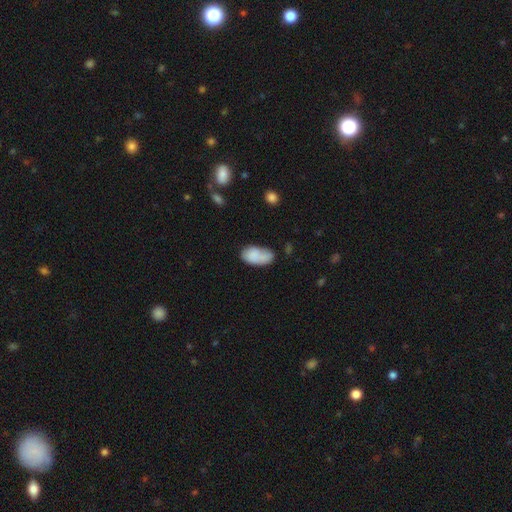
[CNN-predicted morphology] Smooth or featured?
  - smooth: 79% *
  - featured or disk: 13%
  - star or artifact: 7%
How rounded?
  - in between: 94% *
  - round: 4%
  - cigar-shaped: 2%
Merging?
  - none: 44% *
  - minor disturbance: 31%
  - major disturbance: 13%
  - merger: 11%